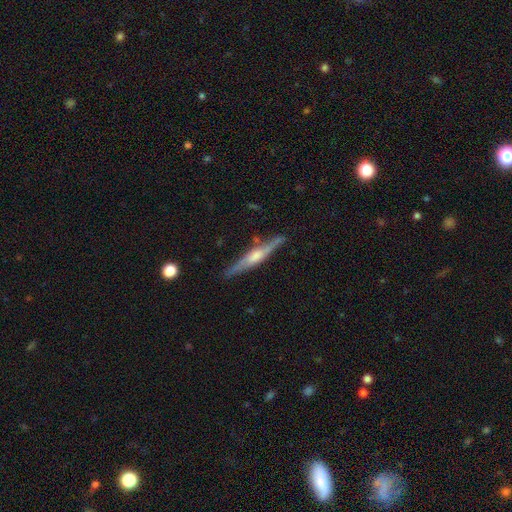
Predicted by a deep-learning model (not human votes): smooth-or-featured: featured or disk: 73% | smooth: 21% | star or artifact: 6%
  disk-edge-on: yes: 97% | no: 3%
    edge-on-bulge: rounded: 71% | boxy: 21% | none: 8%
  merging: none: 85% | minor disturbance: 11% | major disturbance: 2% | merger: 2%